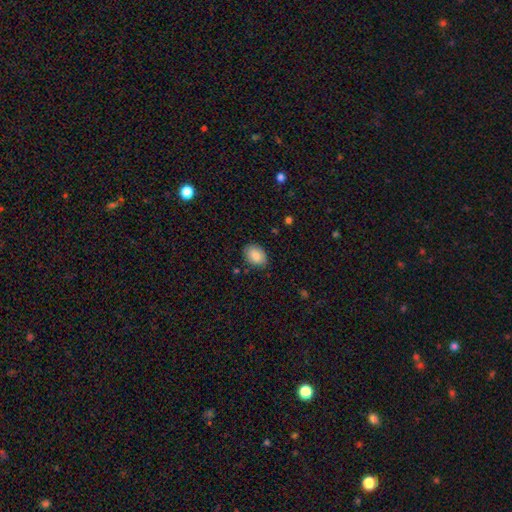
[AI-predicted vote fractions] smooth_or_featured: smooth (p=0.86) [alt: star or artifact p=0.07]
how_rounded: in between (p=0.82) [alt: round p=0.17]
merging: none (p=0.80) [alt: minor disturbance p=0.15]